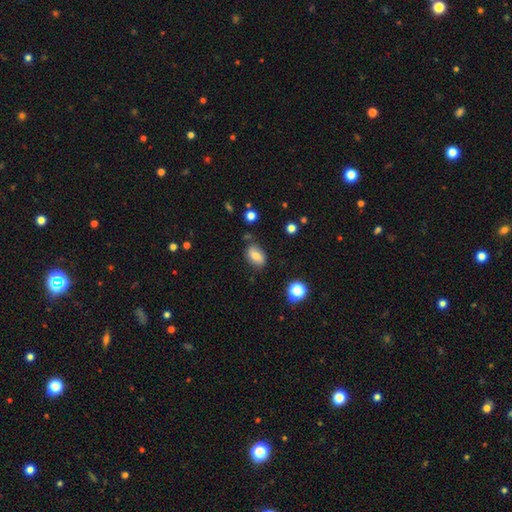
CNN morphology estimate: smooth-or-featured: smooth: 71% | featured or disk: 19% | star or artifact: 10%
  how-rounded: in between: 84% | round: 13% | cigar-shaped: 2%
  merging: none: 75% | minor disturbance: 17% | major disturbance: 4% | merger: 4%